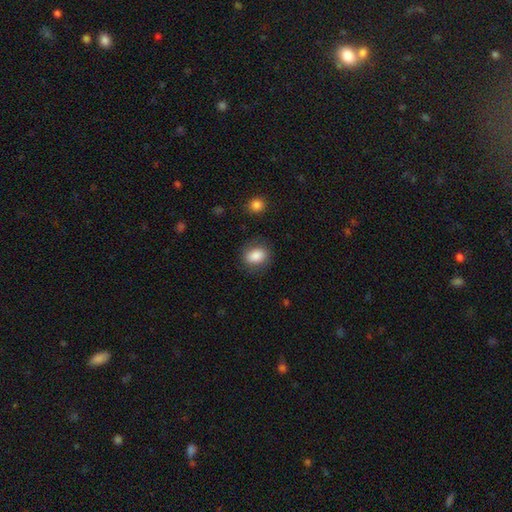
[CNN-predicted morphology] Overall: smooth (86%). How rounded: in between (63%; round 35%). Merging: none (79%).